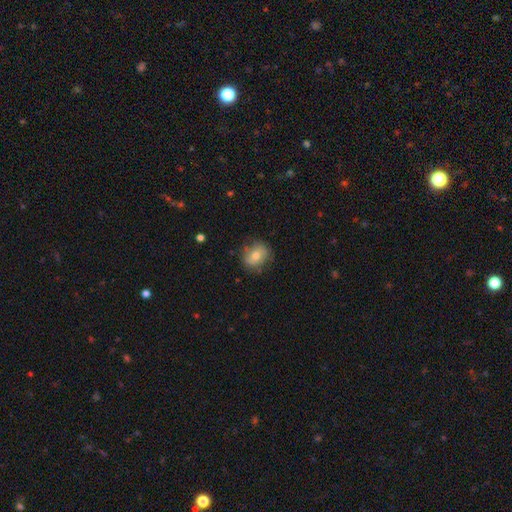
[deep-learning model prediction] smooth-or-featured: smooth: 66% | featured or disk: 24% | star or artifact: 9%
  how-rounded: round: 66% | in between: 32% | cigar-shaped: 1%
  merging: none: 74% | minor disturbance: 19% | major disturbance: 5% | merger: 1%